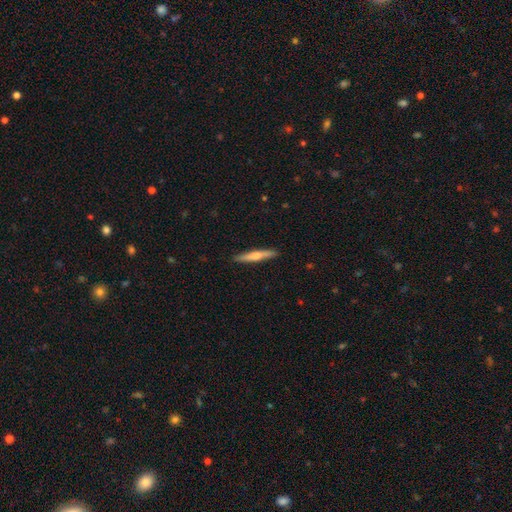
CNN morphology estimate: This appears to be a smooth galaxy with no disk features (51%) that is cigar-shaped (93%). Merging: none (91%).